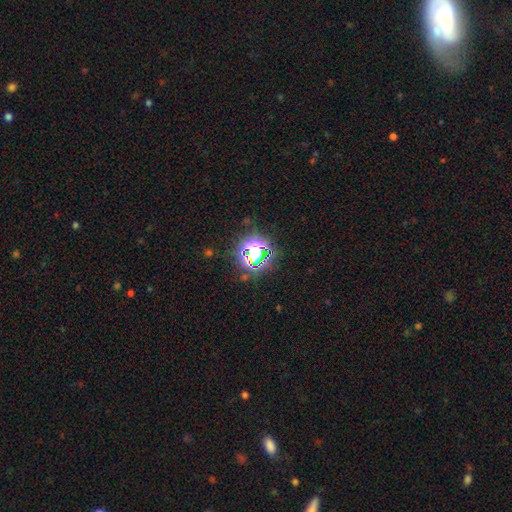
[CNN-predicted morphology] This appears to be a star or artifact, not a galaxy (64%).